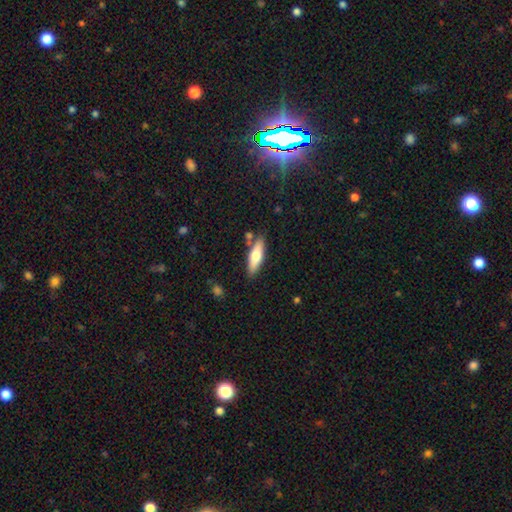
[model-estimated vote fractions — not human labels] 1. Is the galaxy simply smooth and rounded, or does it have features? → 65% smooth, 29% featured or disk, 6% star or artifact.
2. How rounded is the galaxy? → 54% cigar-shaped, 44% in between, 2% round.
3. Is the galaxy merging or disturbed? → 80% none, 12% minor disturbance, 5% merger, 3% major disturbance.